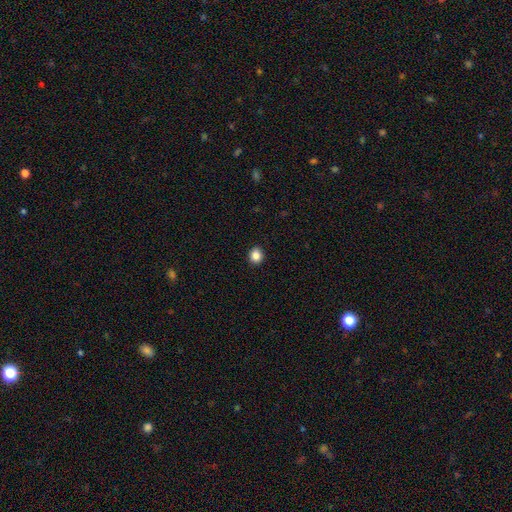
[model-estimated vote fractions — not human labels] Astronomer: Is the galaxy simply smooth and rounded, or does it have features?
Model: smooth — 85%.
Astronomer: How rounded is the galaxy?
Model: round — 76%.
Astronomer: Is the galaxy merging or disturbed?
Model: none — 92%.